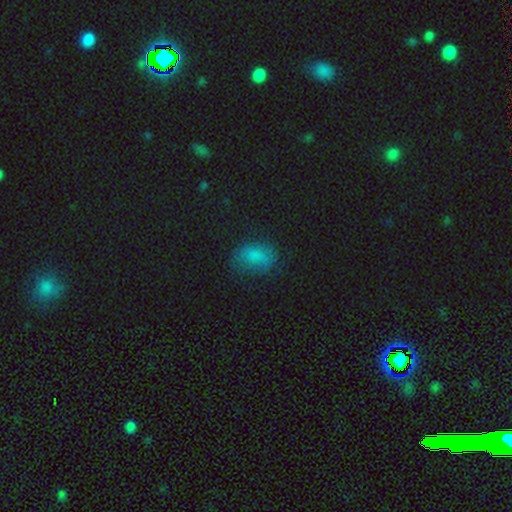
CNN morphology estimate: Smooth or featured: smooth — 75% (star or artifact — 13%)
How rounded: in between — 83% (round — 15%)
Merging: none — 61% (minor disturbance — 26%)